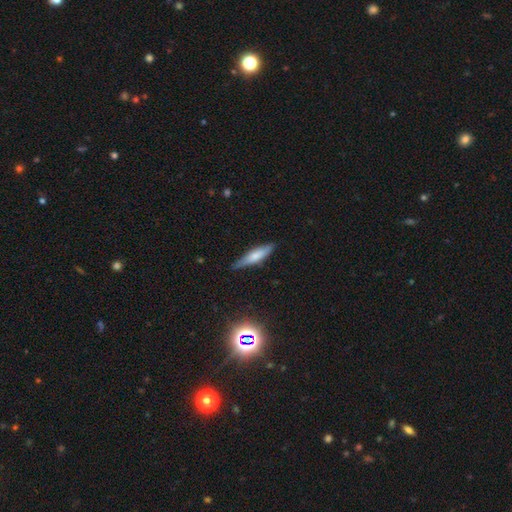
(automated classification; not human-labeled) A smooth galaxy with no disk features (62%) that is cigar-shaped (77%).

Vote fractions:
- Smooth or featured? smooth: 62% / featured or disk: 31% / star or artifact: 7%
- How rounded? cigar-shaped: 77% / in between: 22% / round: 2%
- Merging? none: 80% / minor disturbance: 16% / major disturbance: 3% / merger: 1%